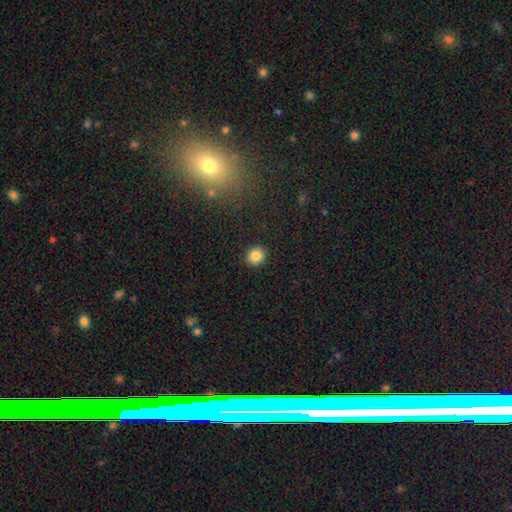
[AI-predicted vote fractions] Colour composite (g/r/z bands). It shows a smooth galaxy with no disk features (84%) that is round (85%). Merging: none (92%).